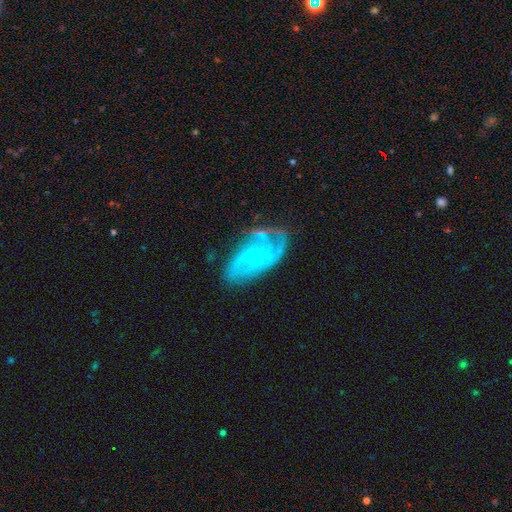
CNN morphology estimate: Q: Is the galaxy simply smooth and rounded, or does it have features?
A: featured or disk — 80%.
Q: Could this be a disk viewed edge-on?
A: no — 96%.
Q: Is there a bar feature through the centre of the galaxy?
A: no — 63%.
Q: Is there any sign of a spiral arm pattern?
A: yes — 89%.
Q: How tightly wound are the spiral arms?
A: medium — 42%.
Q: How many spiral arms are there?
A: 2 — 33%.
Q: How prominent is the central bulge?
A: small — 74%.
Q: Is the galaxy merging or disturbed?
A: none — 55%.